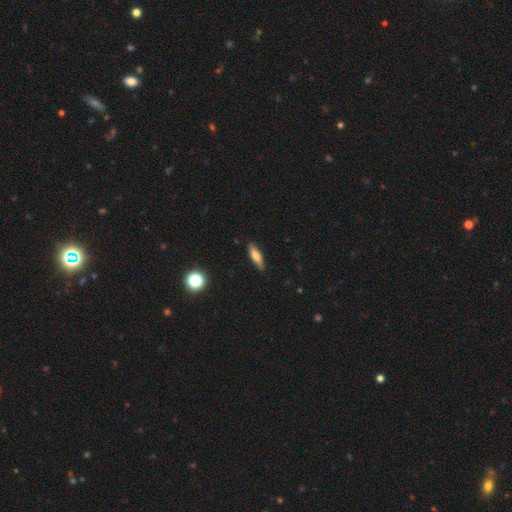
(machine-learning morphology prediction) A smooth galaxy with no disk features (64%) that is cigar-shaped (59%). Merging: none (86%).